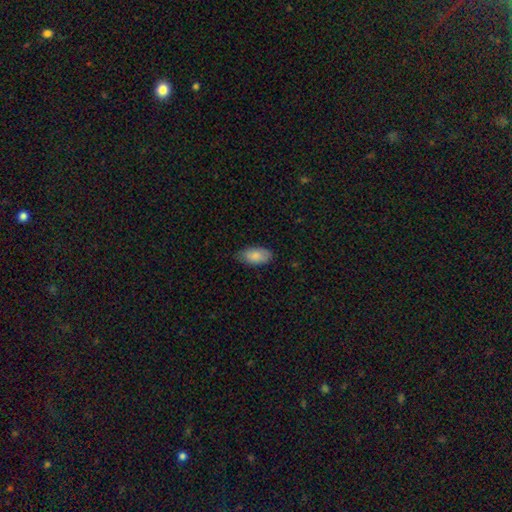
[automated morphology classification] Q: Smooth or featured?
A: smooth (86%); runner-up: featured or disk (8%)
Q: How rounded?
A: in between (94%); runner-up: cigar-shaped (3%)
Q: Merging?
A: none (76%); runner-up: minor disturbance (20%)